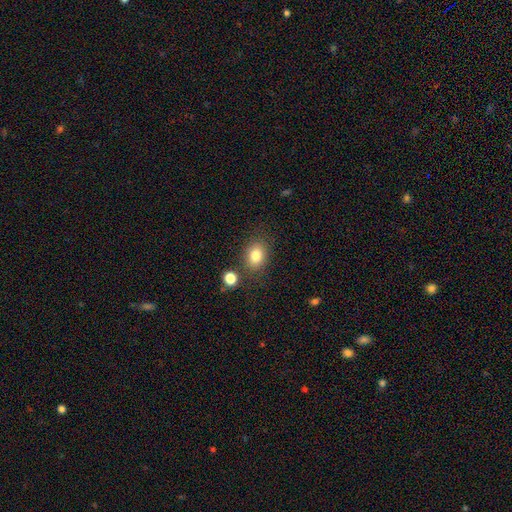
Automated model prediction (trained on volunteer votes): smooth_or_featured: smooth (p=0.82) [alt: star or artifact p=0.10]
how_rounded: in between (p=0.62) [alt: round p=0.37]
merging: none (p=0.78) [alt: minor disturbance p=0.12]